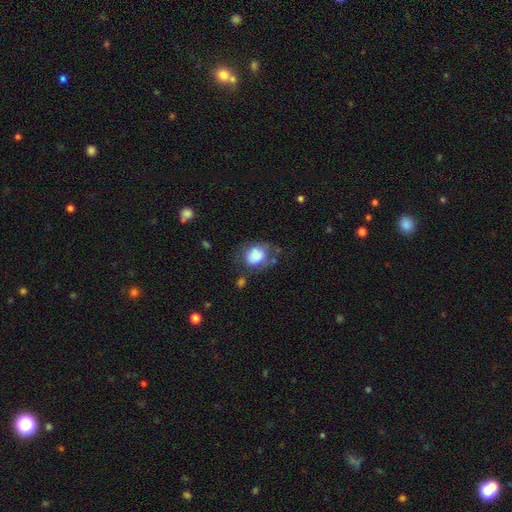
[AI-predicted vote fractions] The model was most divided on "how rounded": in between: 50%, round: 49%, cigar-shaped: 1%. Remaining: smooth or featured — smooth (80%); merging — none (48%).